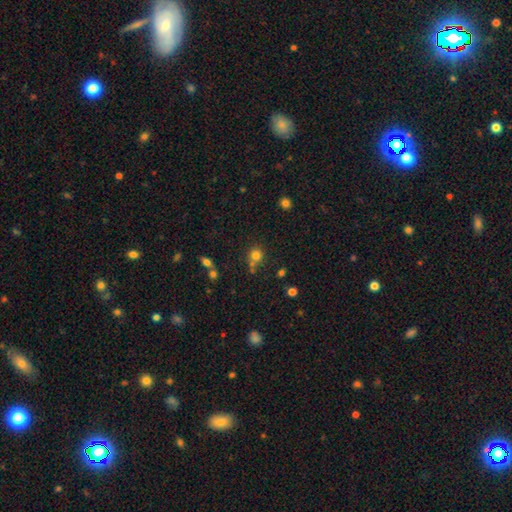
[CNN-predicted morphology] A smooth galaxy with no disk features (77%) that is round (86%). Merging: none (61%).